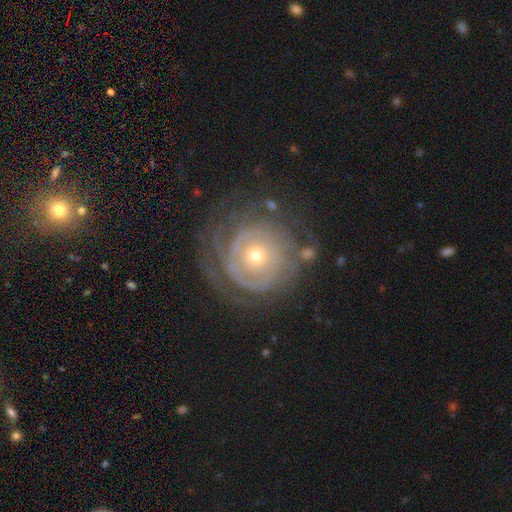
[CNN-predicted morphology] A featured or disk galaxy (75%) with no bar (85%), tight (80%) spiral arms (77%) and a small central bulge (54%). Merging: none (67%).